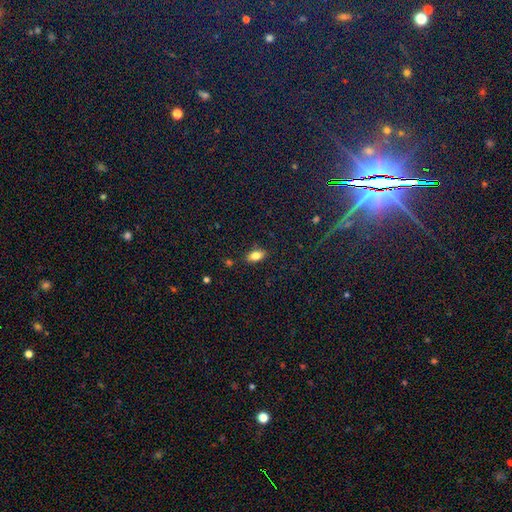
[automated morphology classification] smooth_or_featured: smooth (p=0.80) [alt: featured or disk p=0.11]
how_rounded: in between (p=0.88) [alt: cigar-shaped p=0.06]
merging: none (p=0.84) [alt: minor disturbance p=0.11]